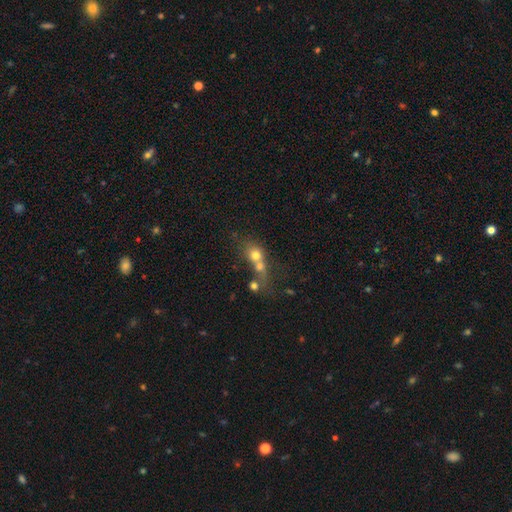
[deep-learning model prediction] A smooth galaxy with no disk features (67%) that is round (67%). Merging: merger (65%).